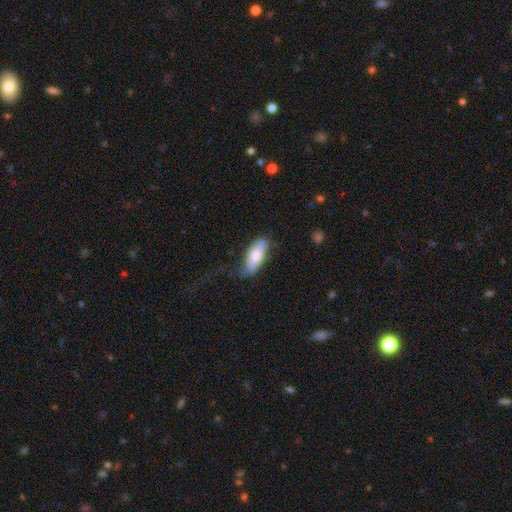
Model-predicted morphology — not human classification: A smooth galaxy with no disk features (72%) that is in between round and cigar-shaped (82%).

Vote fractions:
- Smooth or featured? smooth: 72% / featured or disk: 22% / star or artifact: 6%
- How rounded? in between: 82% / cigar-shaped: 16% / round: 2%
- Merging? none: 63% / minor disturbance: 27% / major disturbance: 9% / merger: 2%